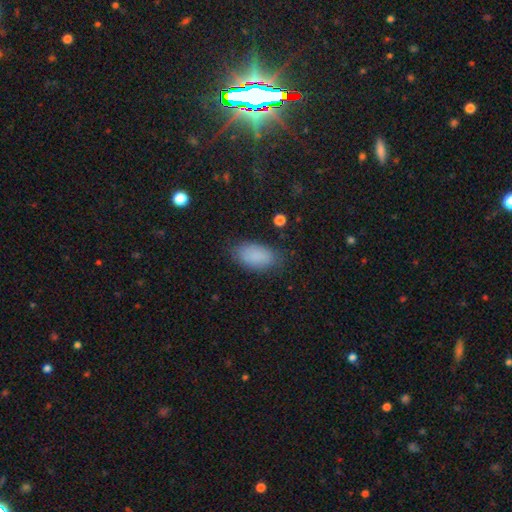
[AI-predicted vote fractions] The model was most divided on "merging": none: 80%, minor disturbance: 15%, major disturbance: 4%, merger: 1%. More confident: how rounded — in between (93%); smooth or featured — smooth (88%).